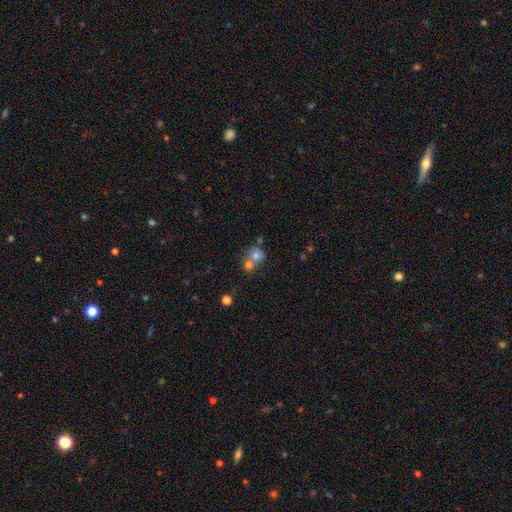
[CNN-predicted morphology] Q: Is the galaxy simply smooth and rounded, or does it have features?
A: smooth — 73%.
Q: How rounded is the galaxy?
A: round — 79%.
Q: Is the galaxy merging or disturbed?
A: merger — 58%.